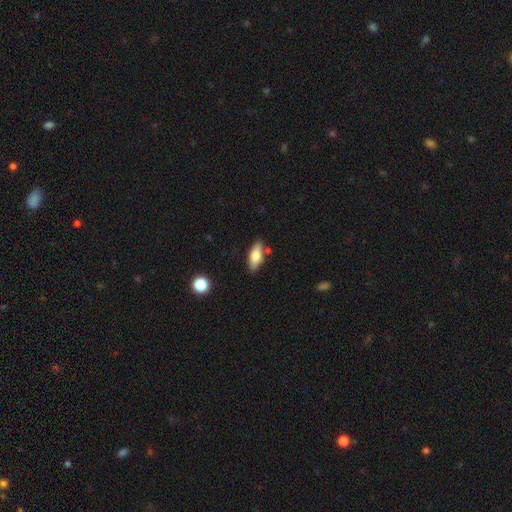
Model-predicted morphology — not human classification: The model was most divided on "how rounded": in between: 75%, cigar-shaped: 23%, round: 3%. More confident: merging — none (80%); smooth or featured — smooth (73%).